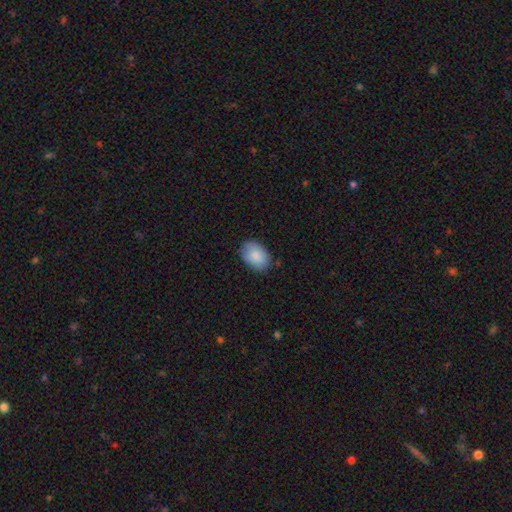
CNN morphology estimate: This appears to be a smooth galaxy with no disk features (87%) that is in between round and cigar-shaped (87%). Merging: none (79%).